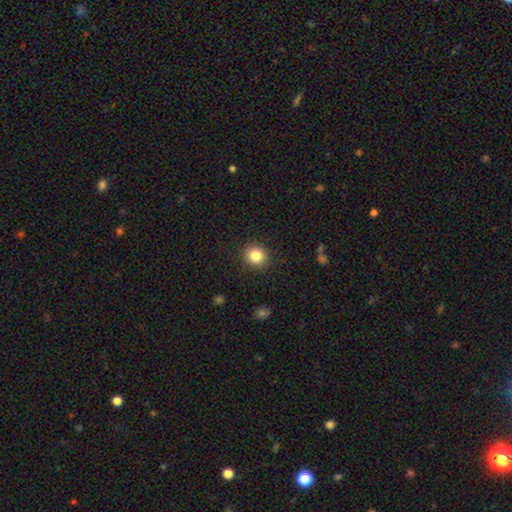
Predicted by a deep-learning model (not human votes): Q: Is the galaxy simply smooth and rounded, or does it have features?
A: smooth — 84%.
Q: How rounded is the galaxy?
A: round — 90%.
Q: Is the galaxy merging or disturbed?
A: none — 91%.